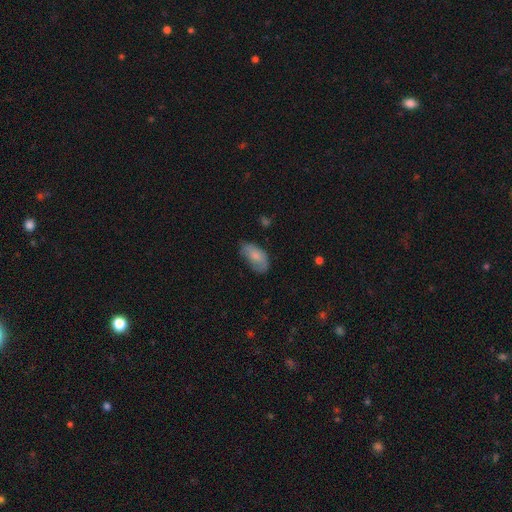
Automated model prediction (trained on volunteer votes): The model was most divided on "merging": none: 52%, minor disturbance: 35%, major disturbance: 11%, merger: 2%. More confident: how rounded — in between (93%); smooth or featured — smooth (74%).